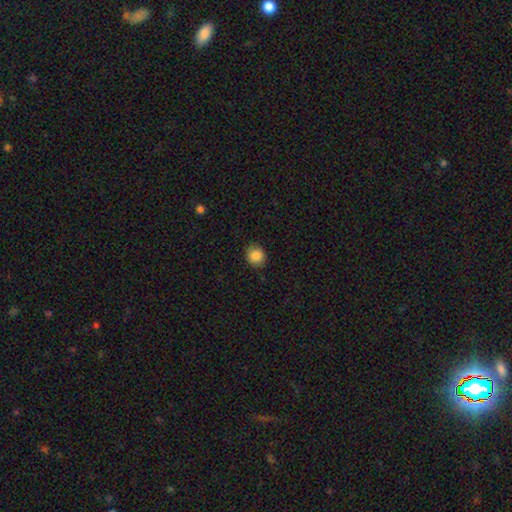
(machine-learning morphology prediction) Q: Smooth or featured?
A: smooth (86%); runner-up: star or artifact (9%)
Q: How rounded?
A: round (81%); runner-up: in between (18%)
Q: Merging?
A: none (90%); runner-up: minor disturbance (7%)